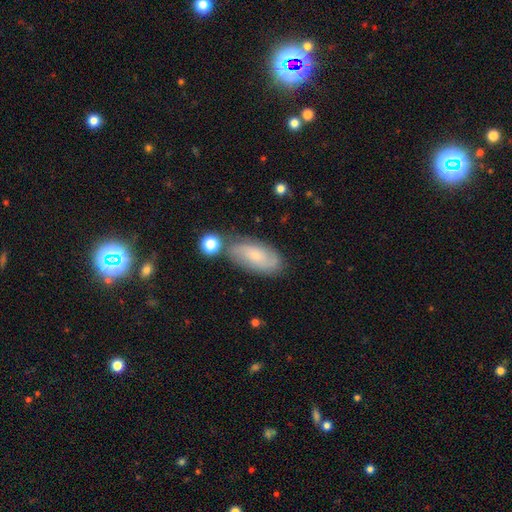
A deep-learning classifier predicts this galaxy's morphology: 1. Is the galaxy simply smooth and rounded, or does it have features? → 49% smooth, 43% featured or disk, 8% star or artifact.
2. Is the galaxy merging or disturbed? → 66% none, 19% minor disturbance, 10% merger, 5% major disturbance.